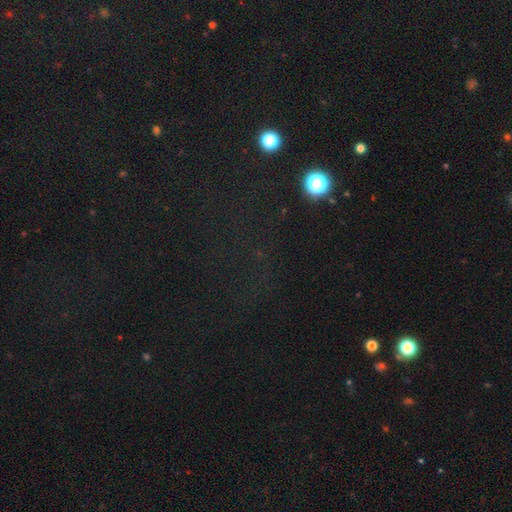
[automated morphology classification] star or artifact 72%, smooth 19%, featured or disk 8%.